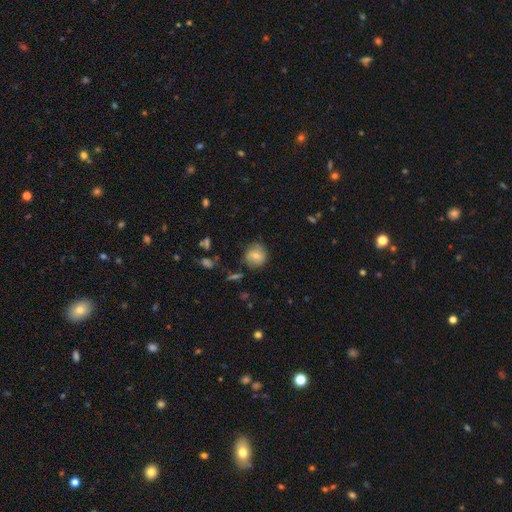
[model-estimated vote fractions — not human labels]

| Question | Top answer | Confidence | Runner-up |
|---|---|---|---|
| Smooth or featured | smooth | 63% | featured or disk (27%) |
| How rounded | round | 87% | in between (12%) |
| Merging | none | 75% | minor disturbance (18%) |